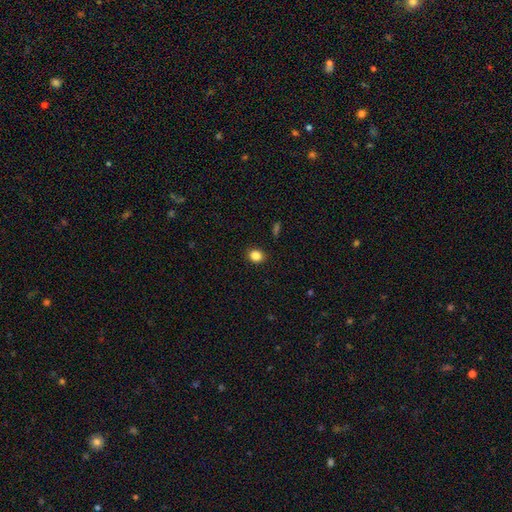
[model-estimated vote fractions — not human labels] Morphology: type=smooth (85%); roundness=round (65%); merging=none (90%).